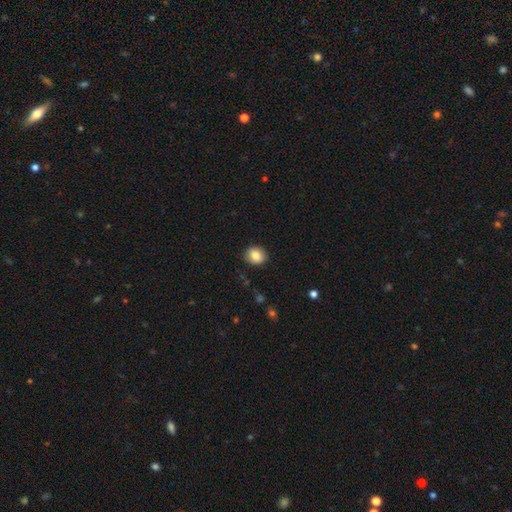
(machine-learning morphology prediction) This is clearly a smooth galaxy (85%). How rounded: possibly round (59%). Merging: clearly none (87%).